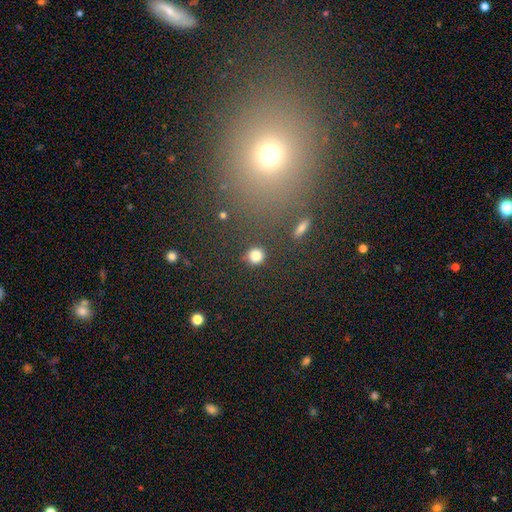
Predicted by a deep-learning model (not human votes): smooth-or-featured: smooth: 83% | star or artifact: 12% | featured or disk: 5%
  how-rounded: round: 89% | in between: 10% | cigar-shaped: 1%
  merging: none: 86% | minor disturbance: 9% | merger: 3% | major disturbance: 3%